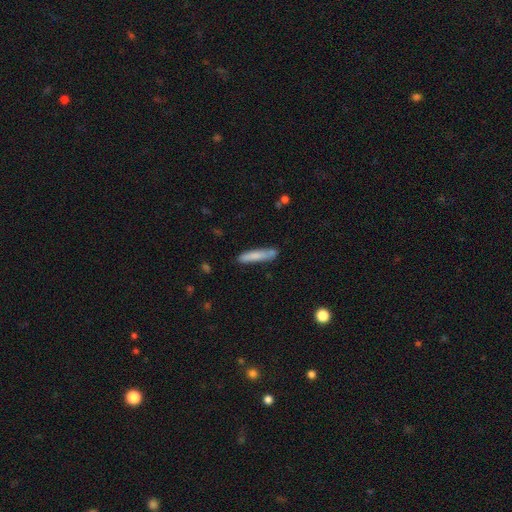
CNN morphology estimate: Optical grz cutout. It shows a smooth galaxy with no disk features (77%) that is cigar-shaped (89%). Merging: none (77%).